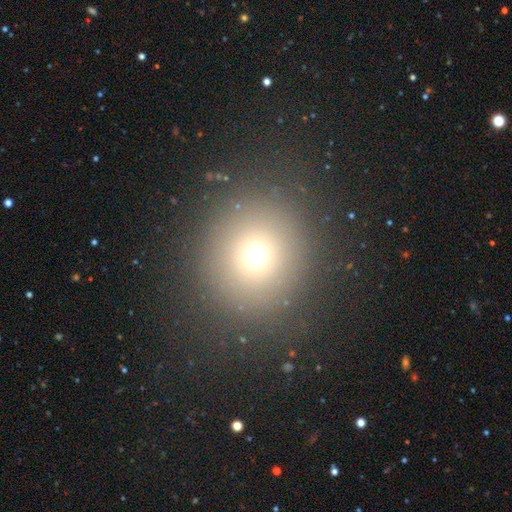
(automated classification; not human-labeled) This is likely a smooth galaxy (67%). How rounded: clearly round (92%). Merging: clearly none (87%).